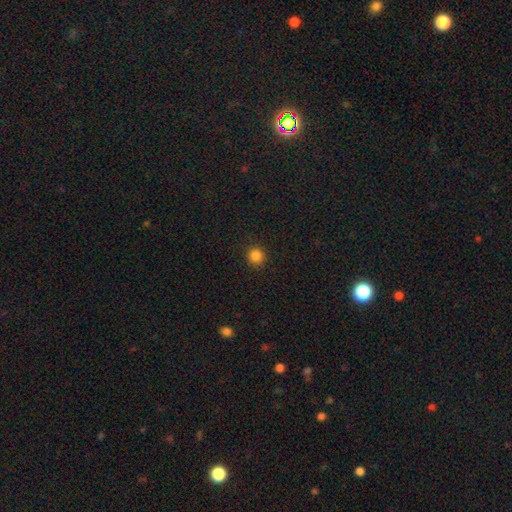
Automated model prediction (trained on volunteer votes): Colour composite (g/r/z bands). It shows a smooth galaxy with no disk features (85%) that is round (94%). Merging: none (91%).